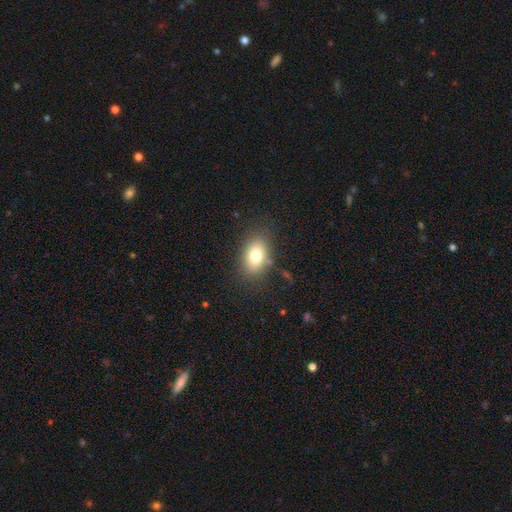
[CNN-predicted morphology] smooth_or_featured: smooth (p=0.77) [alt: featured or disk p=0.13]
how_rounded: in between (p=0.83) [alt: round p=0.15]
merging: none (p=0.81) [alt: minor disturbance p=0.12]